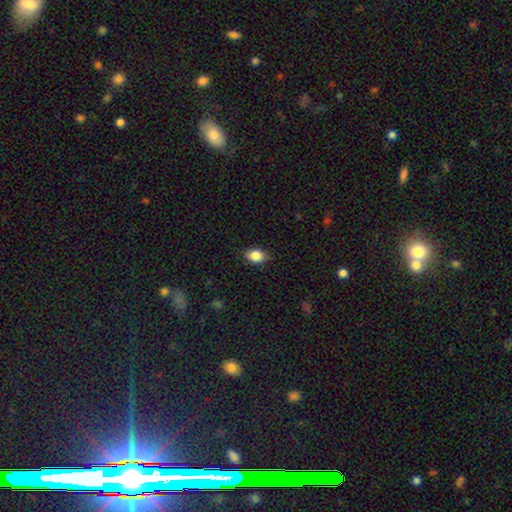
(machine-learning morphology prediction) Q: Smooth or featured?
A: smooth (86%); runner-up: star or artifact (9%)
Q: How rounded?
A: in between (73%); runner-up: round (26%)
Q: Merging?
A: none (86%); runner-up: minor disturbance (11%)